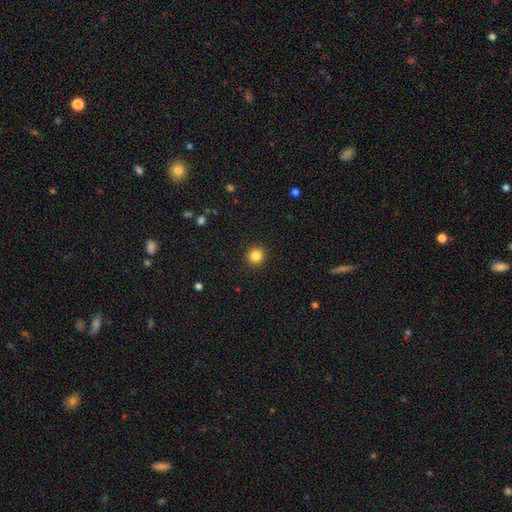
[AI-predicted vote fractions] Overall: smooth (84%). How rounded: round (93%). Merging: none (93%).